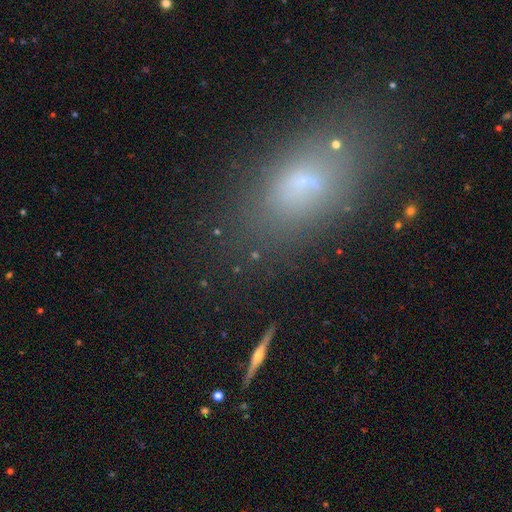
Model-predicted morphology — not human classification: smooth_or_featured: smooth (p=0.46) [alt: featured or disk p=0.27]
merging: none (p=0.71) [alt: minor disturbance p=0.15]